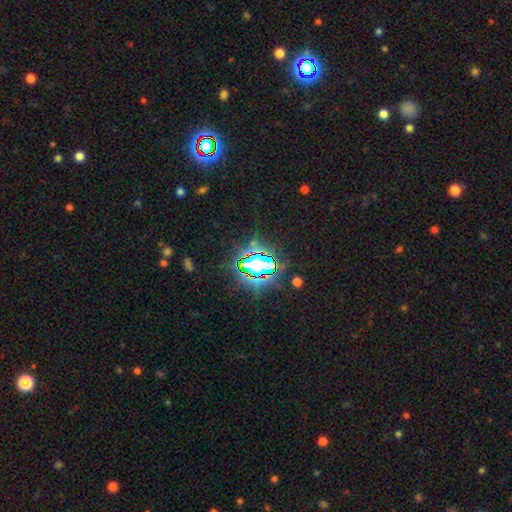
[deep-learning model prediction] Overall: star or artifact (83%).